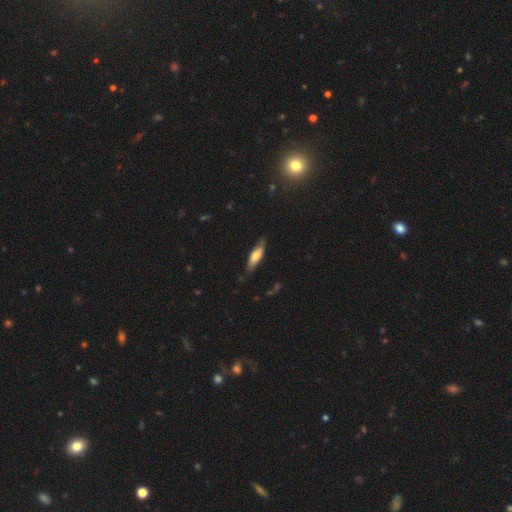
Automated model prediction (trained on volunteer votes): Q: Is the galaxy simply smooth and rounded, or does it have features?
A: smooth — 63%.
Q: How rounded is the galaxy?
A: cigar-shaped — 58%.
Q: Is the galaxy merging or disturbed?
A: none — 75%.